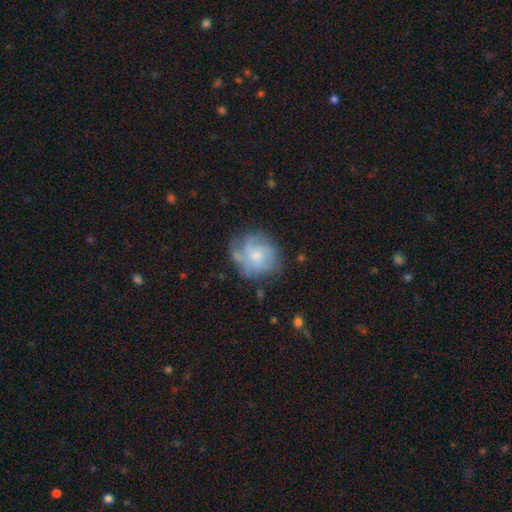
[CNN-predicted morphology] Smooth or featured? Predicted: featured or disk (p=0.57). Edge-on disk? Predicted: no (p=0.98). Bar? Predicted: no (p=0.80). Spiral arms? Predicted: yes (p=0.73). Bulge size? Predicted: small (p=0.60). Merging? Predicted: none (p=0.60).